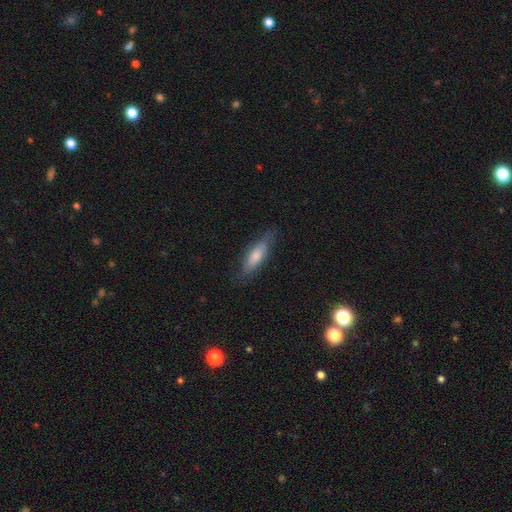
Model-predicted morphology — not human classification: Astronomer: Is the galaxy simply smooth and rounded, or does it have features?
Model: smooth — 56% (runner-up: featured or disk, 36%).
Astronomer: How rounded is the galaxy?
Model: cigar-shaped — 51% (runner-up: in between, 47%).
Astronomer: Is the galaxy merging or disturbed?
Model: none — 74%.